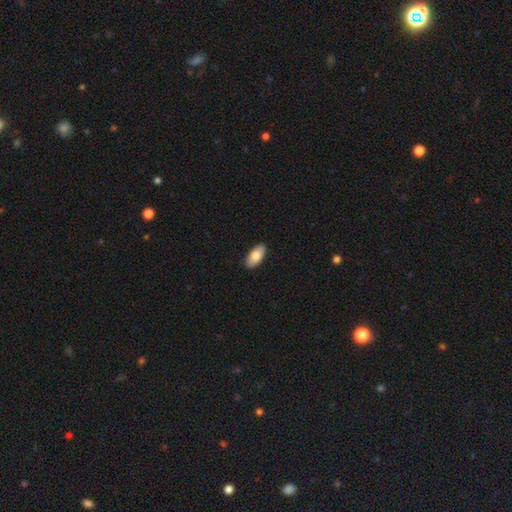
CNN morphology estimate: type=smooth (80%); roundness=in between (93%); merging=none (91%).